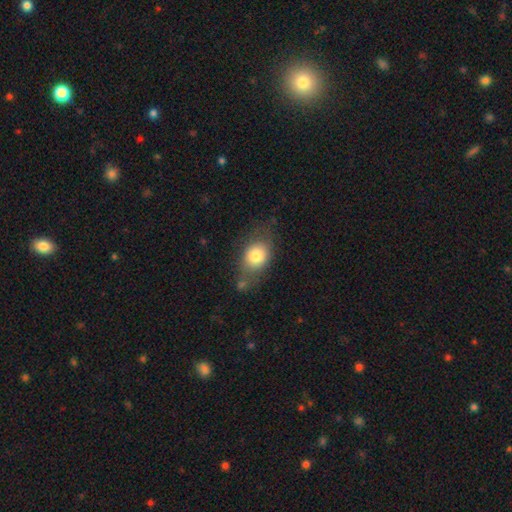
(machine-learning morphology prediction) Smooth or featured: smooth — 77% (featured or disk — 14%)
How rounded: in between — 65% (round — 33%)
Merging: none — 57% (minor disturbance — 23%)